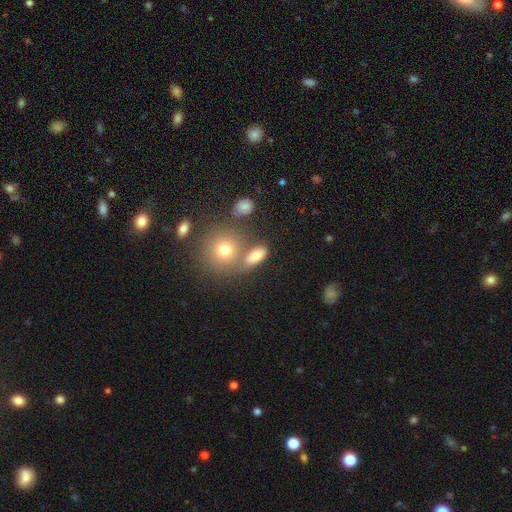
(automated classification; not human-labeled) Smooth or featured? Predicted: smooth (p=0.75). How rounded? Predicted: in between (p=0.70). Merging? Predicted: none (p=0.56).